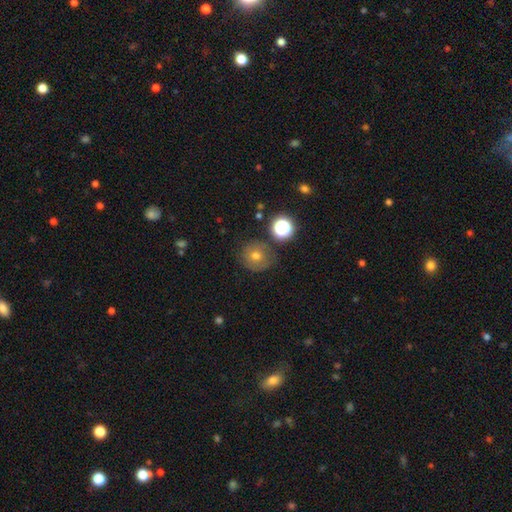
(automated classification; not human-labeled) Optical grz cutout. It shows a smooth galaxy with no disk features (58%) that is round (89%). Merging: none (79%).